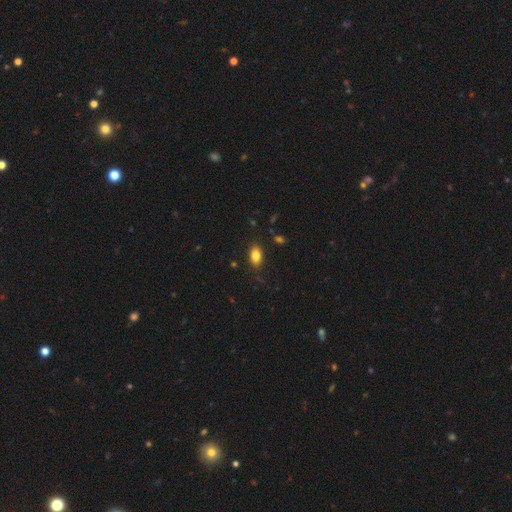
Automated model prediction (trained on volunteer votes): This is clearly a smooth galaxy (84%). How rounded: clearly in between (89%). Merging: clearly none (84%).